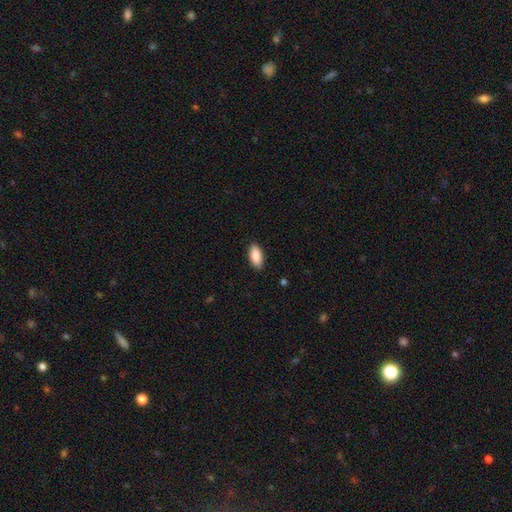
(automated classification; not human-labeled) This is clearly a smooth galaxy (89%). How rounded: clearly in between (89%). Merging: clearly none (88%).